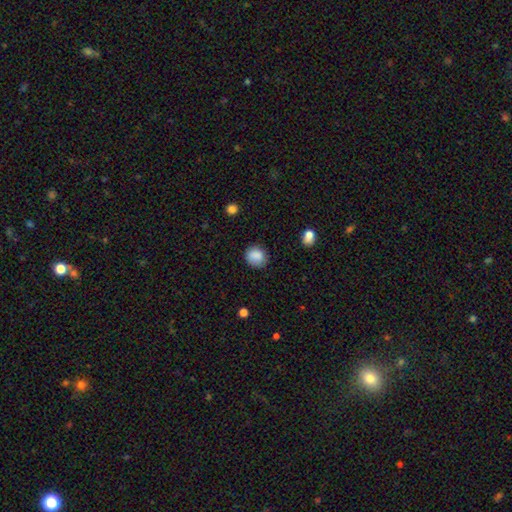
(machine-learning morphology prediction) smooth 87%, star or artifact 9%, featured or disk 5%. Down the decision tree: how rounded — round (76%); merging — none (79%).